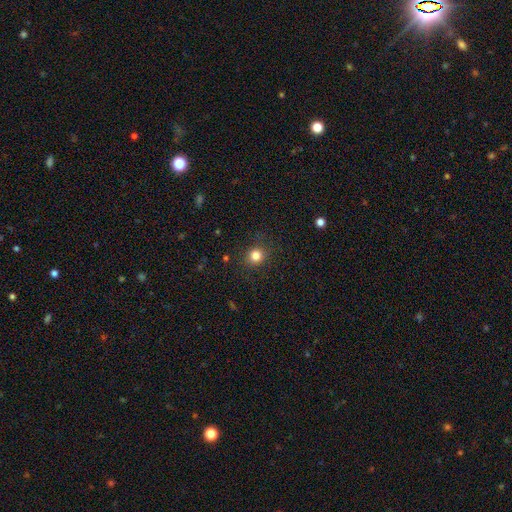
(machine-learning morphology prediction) Smooth or featured?
  - smooth: 82% *
  - star or artifact: 13%
  - featured or disk: 5%
How rounded?
  - round: 86% *
  - in between: 13%
  - cigar-shaped: 1%
Merging?
  - none: 87% *
  - minor disturbance: 8%
  - major disturbance: 3%
  - merger: 1%